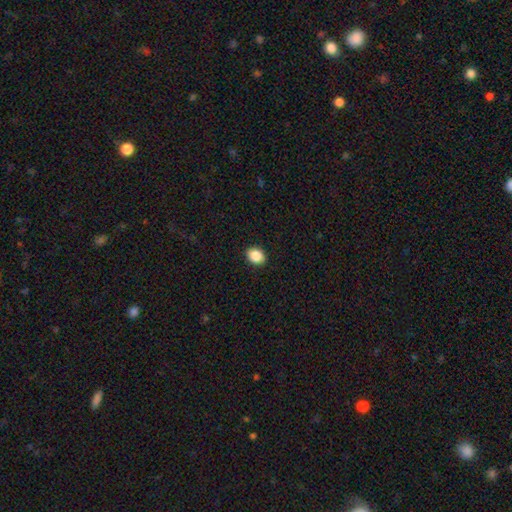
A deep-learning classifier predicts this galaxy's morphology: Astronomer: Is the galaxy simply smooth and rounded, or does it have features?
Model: smooth — 88%.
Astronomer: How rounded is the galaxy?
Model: in between — 61% (runner-up: round, 38%).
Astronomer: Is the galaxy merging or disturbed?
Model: none — 91%.